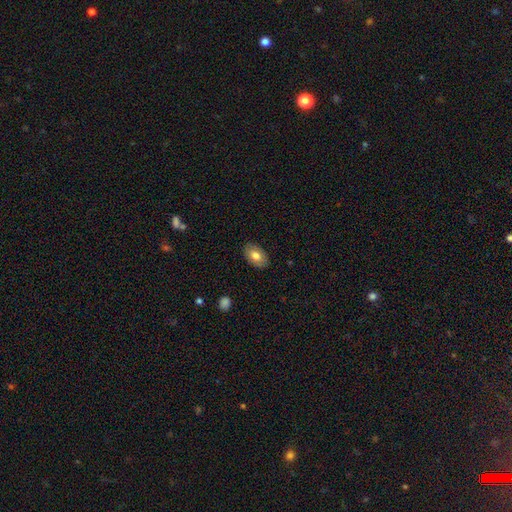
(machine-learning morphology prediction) A smooth galaxy with no disk features (76%) that is in between round and cigar-shaped (90%). Merging: none (87%).